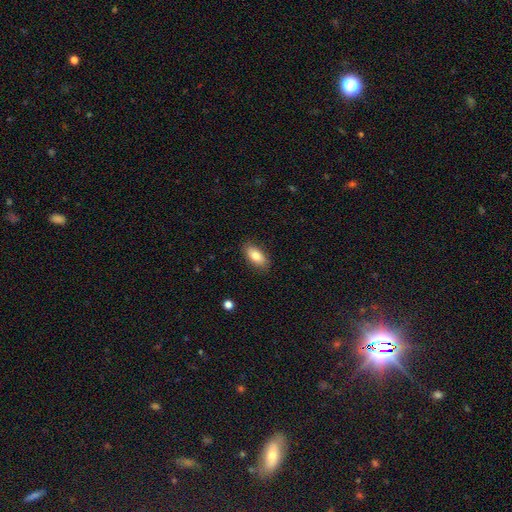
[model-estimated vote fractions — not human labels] Smooth or featured? Predicted: smooth (p=0.81). How rounded? Predicted: in between (p=0.90). Merging? Predicted: none (p=0.86).